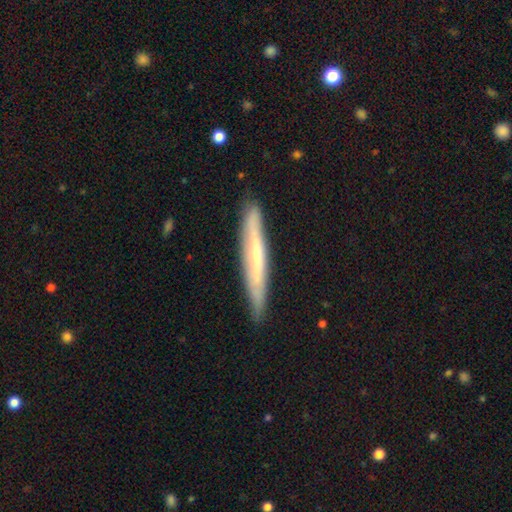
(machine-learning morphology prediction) Q: Smooth or featured?
A: featured or disk (49%); runner-up: smooth (45%)
Q: Merging?
A: none (86%); runner-up: minor disturbance (11%)